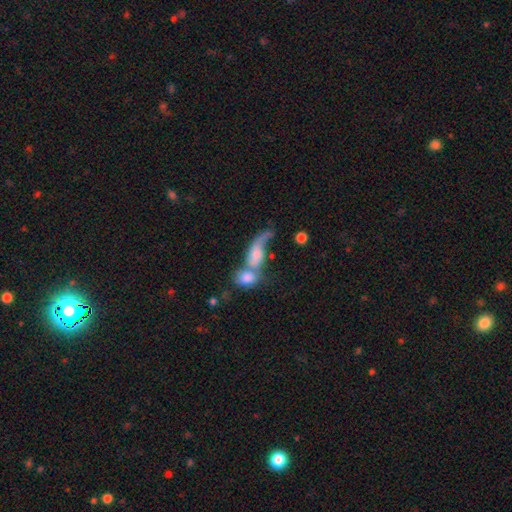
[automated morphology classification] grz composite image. It shows a smooth galaxy with no disk features (50%) that is in between round and cigar-shaped (63%). Merging: merger (68%).